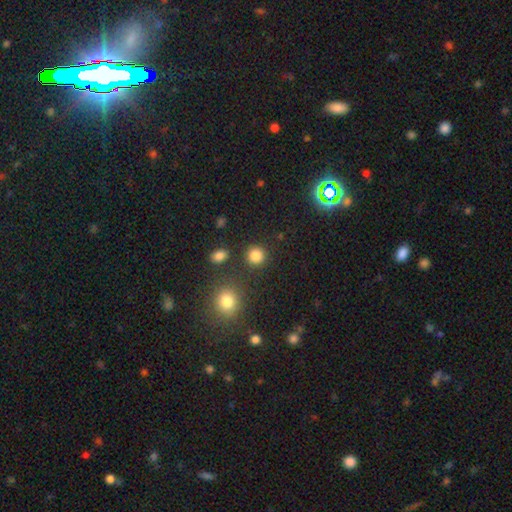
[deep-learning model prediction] Smooth or featured? smooth (84%)
How rounded? round (90%)
Merging? none (86%)